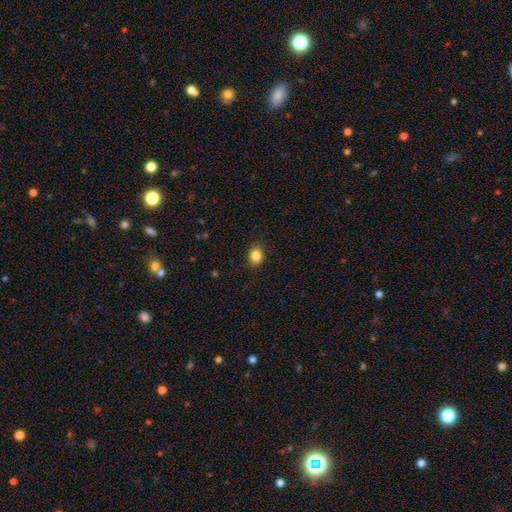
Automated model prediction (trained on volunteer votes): A smooth galaxy with no disk features (85%) that is round (60%).

Vote fractions:
- Smooth or featured? smooth: 85% / star or artifact: 10% / featured or disk: 5%
- How rounded? round: 60% / in between: 39% / cigar-shaped: 1%
- Merging? none: 89% / minor disturbance: 8% / major disturbance: 2% / merger: 1%